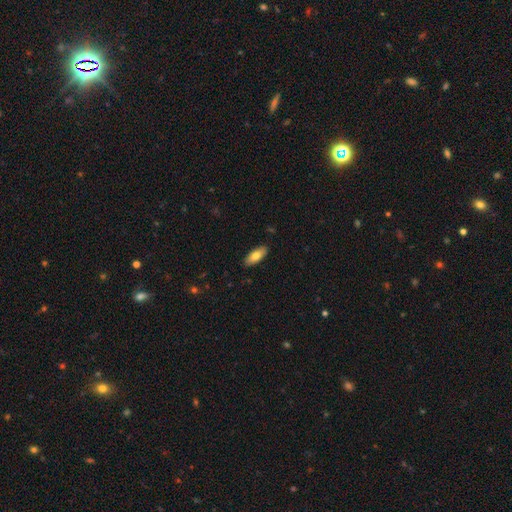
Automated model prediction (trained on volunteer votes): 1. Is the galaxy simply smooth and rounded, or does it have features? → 77% smooth, 16% featured or disk, 6% star or artifact.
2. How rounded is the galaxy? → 80% in between, 18% cigar-shaped, 2% round.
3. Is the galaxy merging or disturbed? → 89% none, 8% minor disturbance, 2% major disturbance, 1% merger.